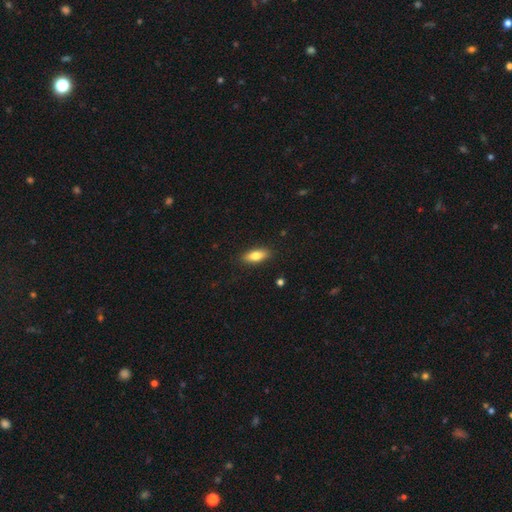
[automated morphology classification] Q: Smooth or featured?
A: smooth (77%); runner-up: featured or disk (17%)
Q: How rounded?
A: in between (74%); runner-up: cigar-shaped (23%)
Q: Merging?
A: none (88%); runner-up: minor disturbance (9%)